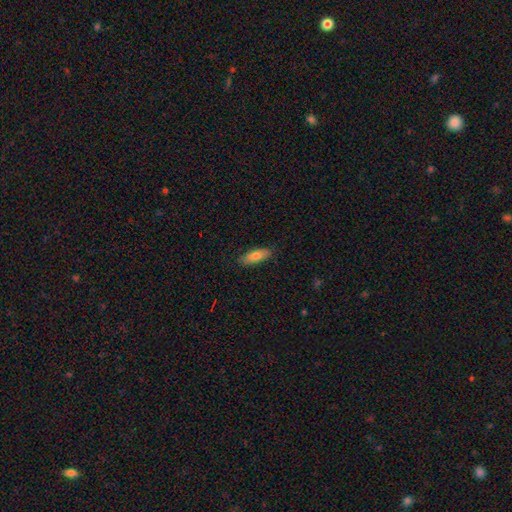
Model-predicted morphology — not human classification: Smooth or featured? Predicted: smooth (p=0.77). How rounded? Predicted: in between (p=0.62). Merging? Predicted: none (p=0.87).